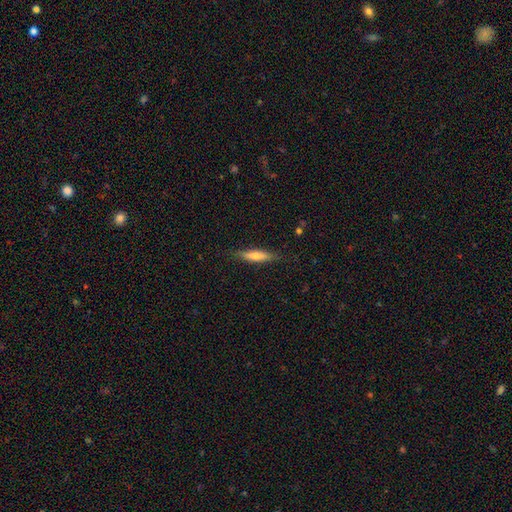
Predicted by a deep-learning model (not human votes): This appears to be a smooth galaxy with no disk features (57%) that is cigar-shaped (80%). Merging: none (85%).